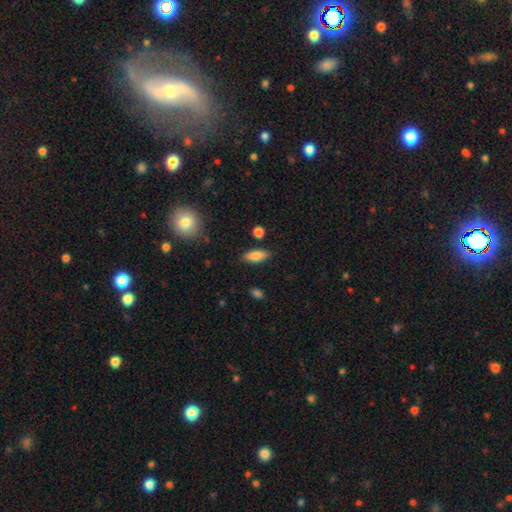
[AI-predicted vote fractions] Morphology: type=smooth (80%); roundness=in between (75%); merging=none (83%).